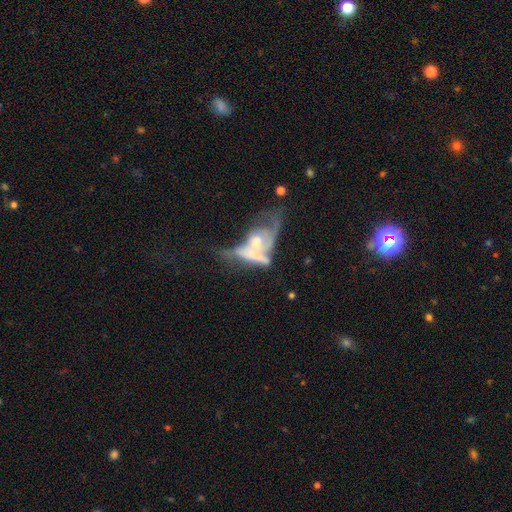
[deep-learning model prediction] Smooth or featured? featured or disk (55%)
Edge-on disk? no (68%)
Merging? merger (64%)